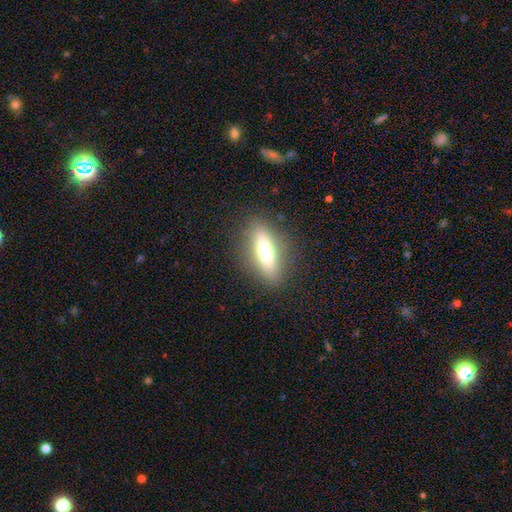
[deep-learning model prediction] Morphology: type=featured or disk (47%); merging=none (87%).